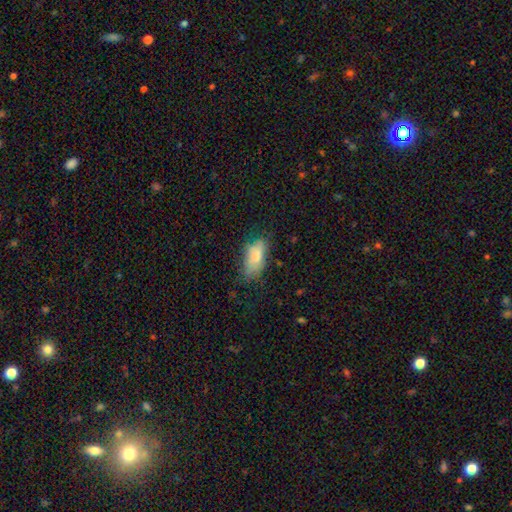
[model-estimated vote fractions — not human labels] Overall: smooth (77%). How rounded: in between (89%). Merging: none (55%; minor disturbance 30%).